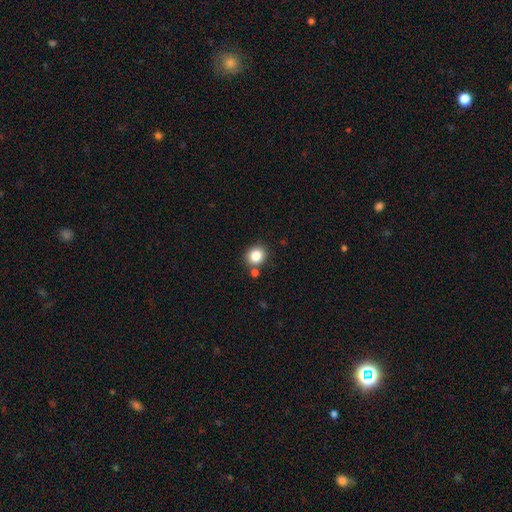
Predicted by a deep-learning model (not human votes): smooth-or-featured: smooth: 83% | star or artifact: 11% | featured or disk: 6%
  how-rounded: round: 80% | in between: 19% | cigar-shaped: 1%
  merging: none: 79% | merger: 9% | minor disturbance: 9% | major disturbance: 3%